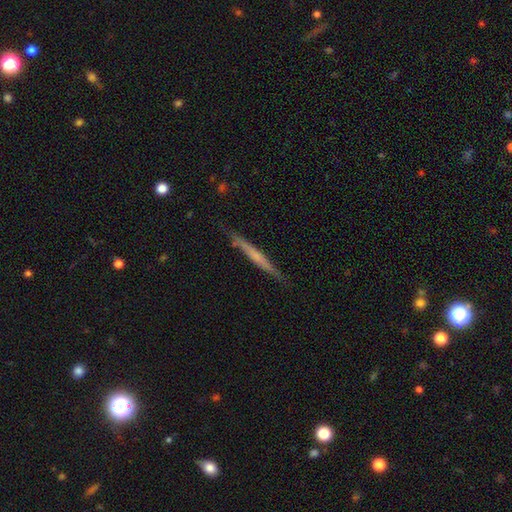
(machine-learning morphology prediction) Q: Smooth or featured?
A: featured or disk (55%); runner-up: smooth (39%)
Q: Edge-on disk?
A: yes (96%); runner-up: no (4%)
Q: Edge-on bulge?
A: none (67%); runner-up: rounded (22%)
Q: Merging?
A: none (84%); runner-up: minor disturbance (12%)